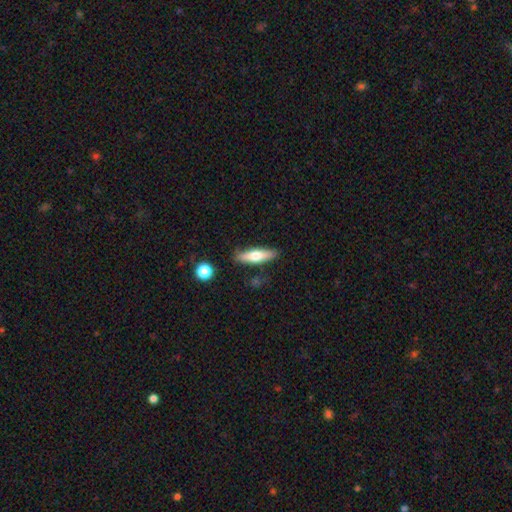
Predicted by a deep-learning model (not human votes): Q: Smooth or featured?
A: smooth (59%); runner-up: featured or disk (35%)
Q: How rounded?
A: cigar-shaped (67%); runner-up: in between (30%)
Q: Merging?
A: none (84%); runner-up: minor disturbance (11%)